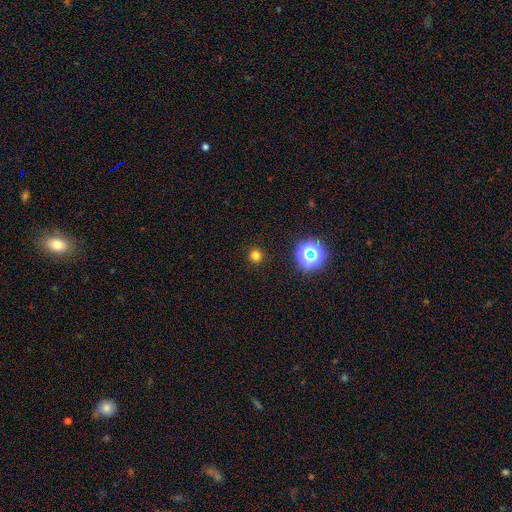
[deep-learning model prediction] This is likely a smooth galaxy (75%). How rounded: clearly round (95%). Merging: clearly none (92%).